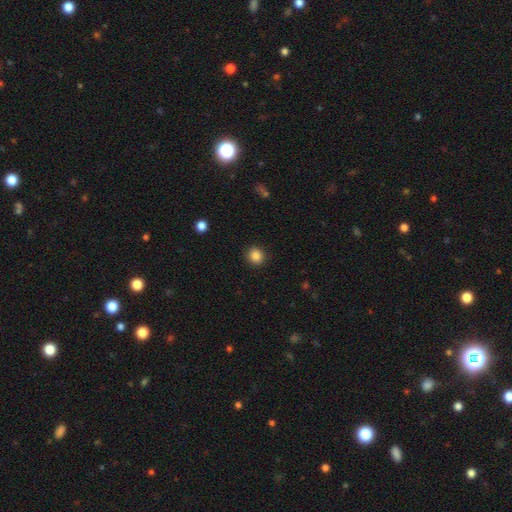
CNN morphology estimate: type=smooth (86%); roundness=round (80%); merging=none (90%).